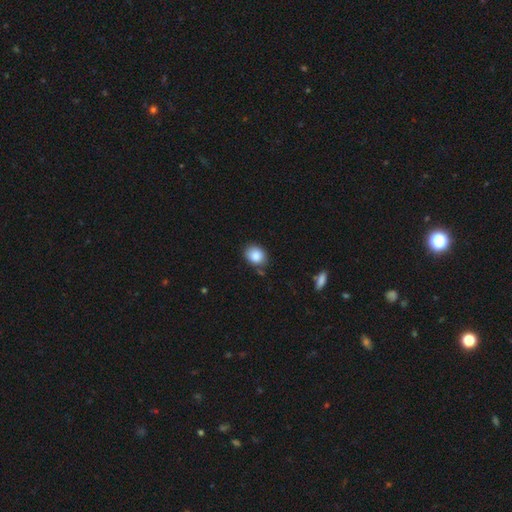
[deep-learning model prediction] Smooth or featured: smooth — 87% (star or artifact — 8%)
How rounded: in between — 55% (round — 44%)
Merging: none — 76% (minor disturbance — 17%)